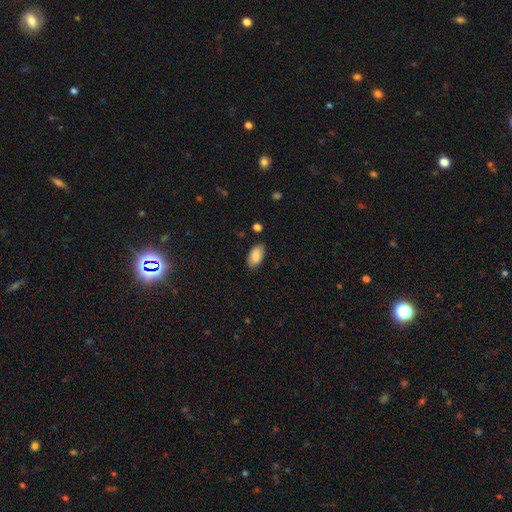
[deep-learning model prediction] A smooth galaxy with no disk features (83%) that is in between round and cigar-shaped (94%).

Vote fractions:
- Smooth or featured? smooth: 83% / featured or disk: 10% / star or artifact: 7%
- How rounded? in between: 94% / round: 3% / cigar-shaped: 3%
- Merging? none: 84% / minor disturbance: 12% / major disturbance: 2% / merger: 2%